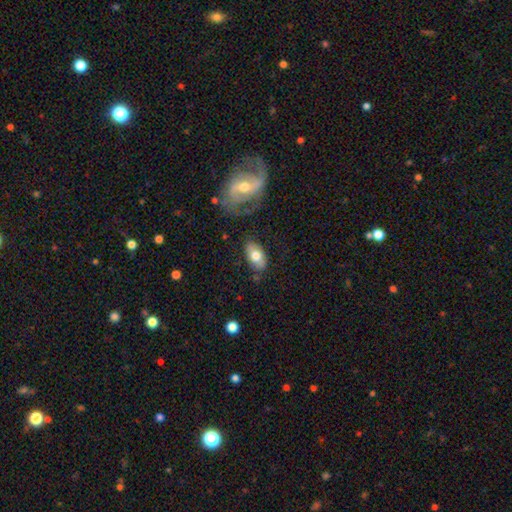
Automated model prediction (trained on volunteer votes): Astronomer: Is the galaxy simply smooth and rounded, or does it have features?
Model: smooth — 68%.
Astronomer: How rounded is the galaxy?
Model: in between — 91%.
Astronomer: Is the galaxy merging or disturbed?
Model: none — 76%.